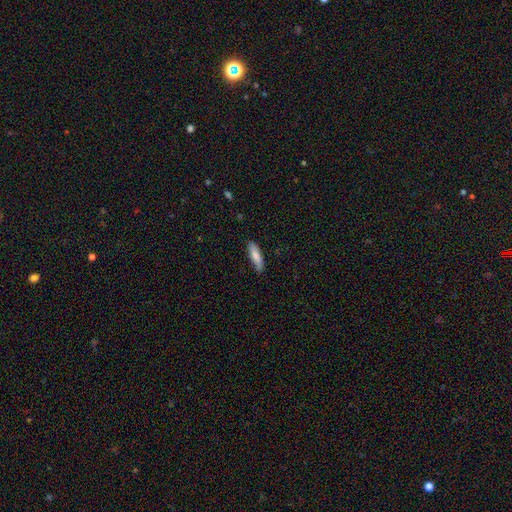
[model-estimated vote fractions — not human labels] smooth-or-featured: smooth: 81% | featured or disk: 13% | star or artifact: 6%
  how-rounded: cigar-shaped: 61% | in between: 37% | round: 2%
  merging: none: 79% | minor disturbance: 17% | major disturbance: 3% | merger: 1%